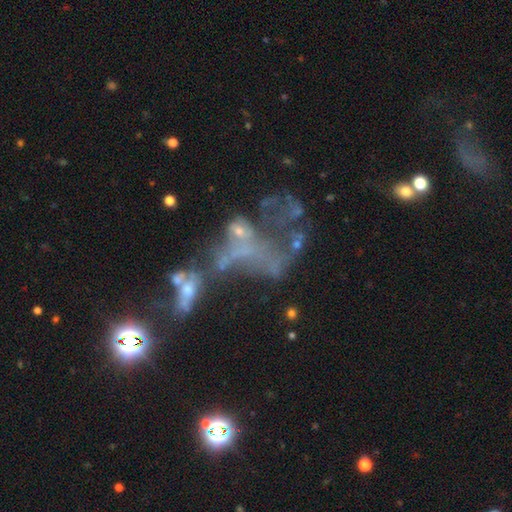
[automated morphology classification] This appears to be a featured or disk galaxy (50%). Merging: merger (39%).